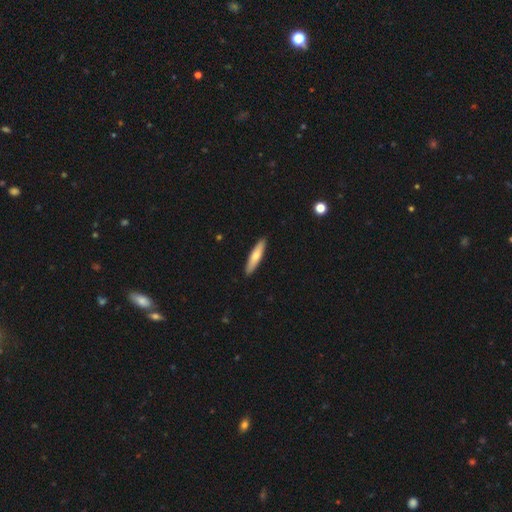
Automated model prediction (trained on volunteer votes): smooth_or_featured: smooth (p=0.70) [alt: featured or disk p=0.25]
how_rounded: cigar-shaped (p=0.82) [alt: in between p=0.17]
merging: none (p=0.91) [alt: minor disturbance p=0.07]